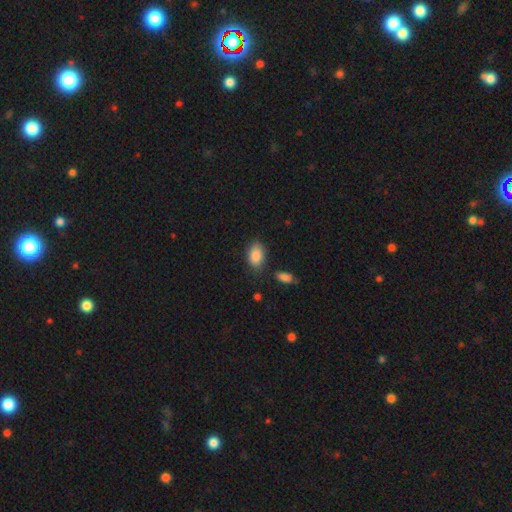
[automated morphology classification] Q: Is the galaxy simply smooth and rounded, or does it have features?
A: smooth — 86%.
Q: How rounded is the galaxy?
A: in between — 88%.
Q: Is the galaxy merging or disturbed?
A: none — 76%.